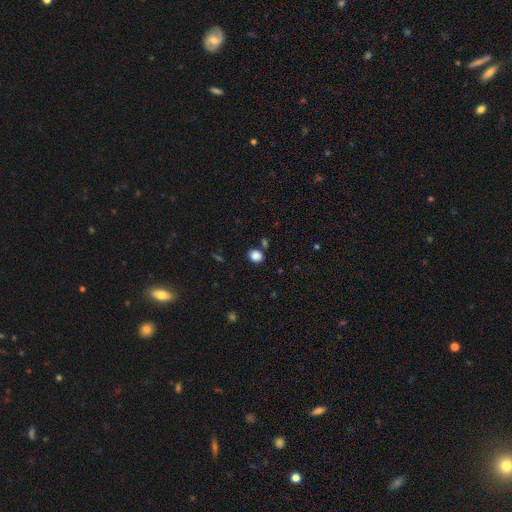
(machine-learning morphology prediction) This is clearly a smooth galaxy (86%). How rounded: possibly round (60%). Merging: clearly none (80%).